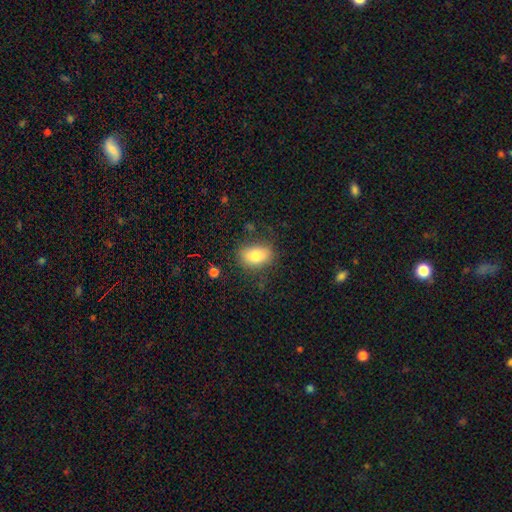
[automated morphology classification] type=smooth (82%); roundness=in between (84%); merging=none (76%).